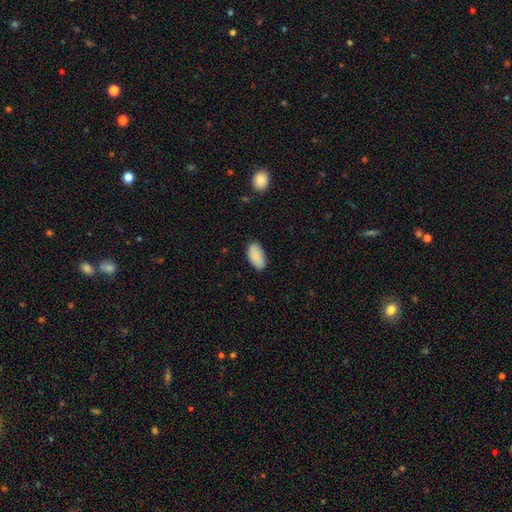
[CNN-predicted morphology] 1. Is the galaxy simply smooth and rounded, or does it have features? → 89% smooth, 6% star or artifact, 5% featured or disk.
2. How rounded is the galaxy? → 94% in between, 3% round, 3% cigar-shaped.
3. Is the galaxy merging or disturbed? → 81% none, 15% minor disturbance, 3% major disturbance, 1% merger.